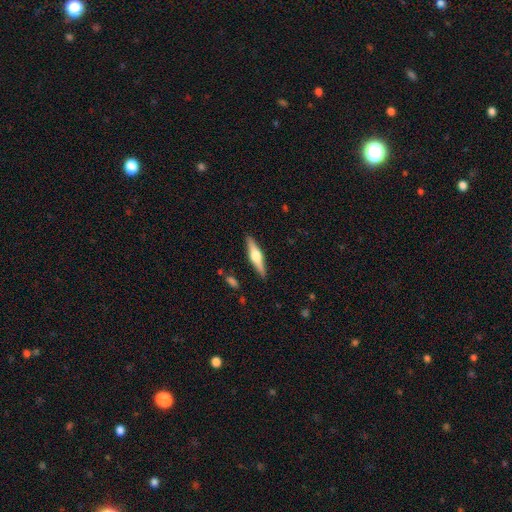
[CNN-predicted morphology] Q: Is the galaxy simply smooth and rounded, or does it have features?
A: featured or disk — 63%.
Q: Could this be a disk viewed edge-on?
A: yes — 97%.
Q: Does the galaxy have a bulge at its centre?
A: rounded — 93%.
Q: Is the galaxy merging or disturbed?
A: none — 89%.